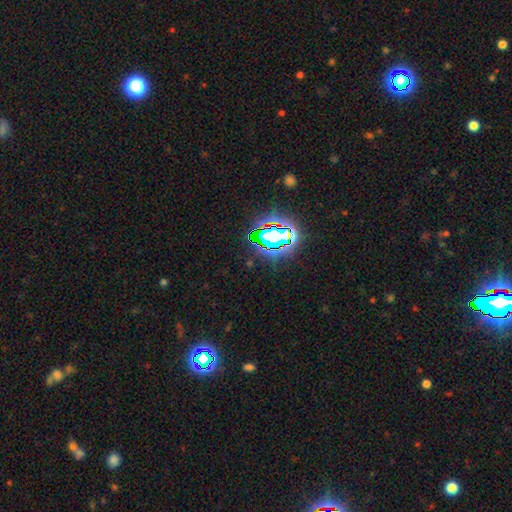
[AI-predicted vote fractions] Morphology: type=star or artifact (79%).